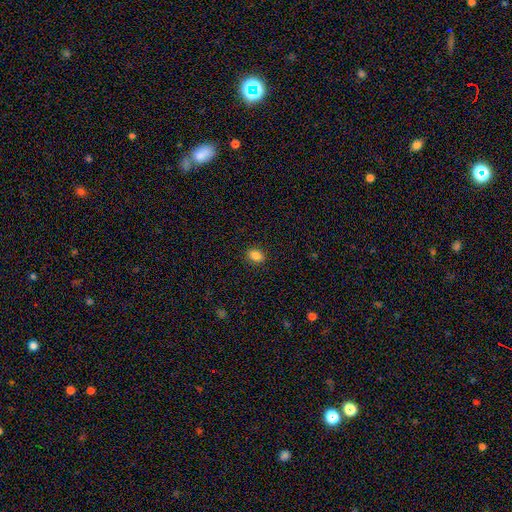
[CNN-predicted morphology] Q: Smooth or featured?
A: smooth (85%); runner-up: star or artifact (11%)
Q: How rounded?
A: in between (62%); runner-up: round (37%)
Q: Merging?
A: none (90%); runner-up: minor disturbance (7%)